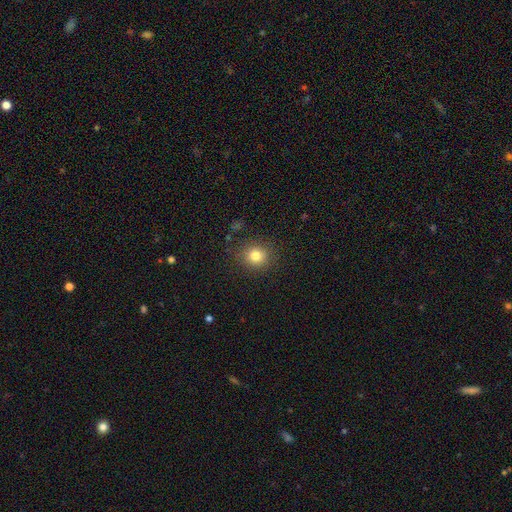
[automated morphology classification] type=smooth (81%); roundness=round (85%); merging=none (87%).